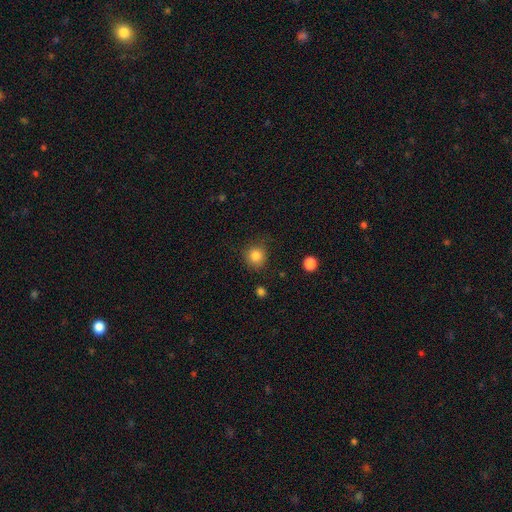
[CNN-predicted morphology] Q: Smooth or featured?
A: smooth (84%); runner-up: star or artifact (11%)
Q: How rounded?
A: round (91%); runner-up: in between (9%)
Q: Merging?
A: none (84%); runner-up: minor disturbance (11%)